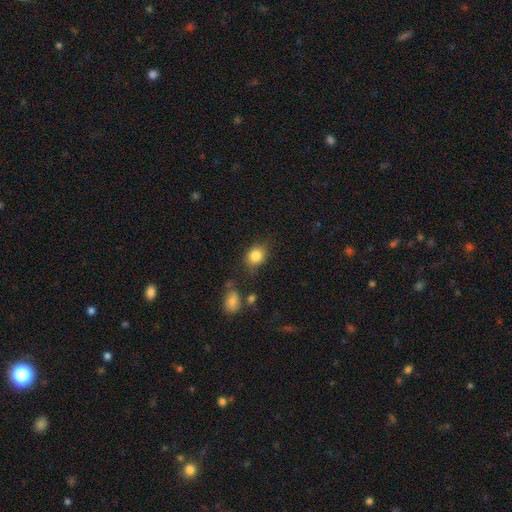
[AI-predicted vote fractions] smooth_or_featured: smooth (p=0.84) [alt: star or artifact p=0.10]
how_rounded: round (p=0.52) [alt: in between p=0.47]
merging: none (p=0.72) [alt: minor disturbance p=0.18]